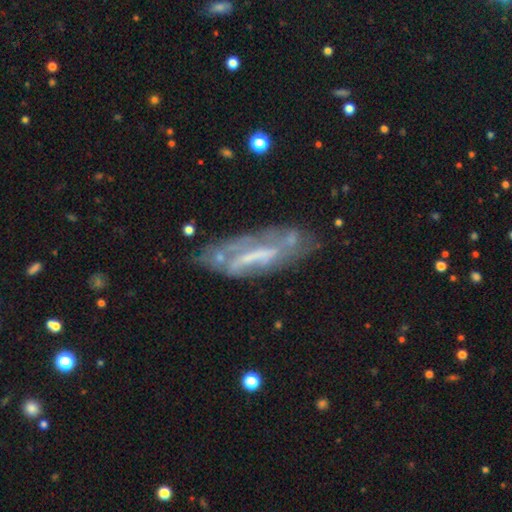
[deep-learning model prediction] Overall: featured or disk (70%). Edge-on disk: no (72%). Bar: strong (38%; weak 31%). Spiral arms: yes (52%; no 48%). Bulge size: none (43%; small 27%). Merging: none (52%; minor disturbance 24%).